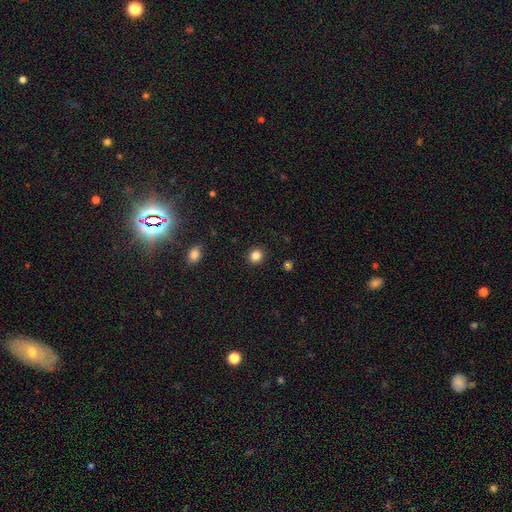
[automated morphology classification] This appears to be a smooth galaxy with no disk features (84%) that is round (85%). Merging: none (92%).